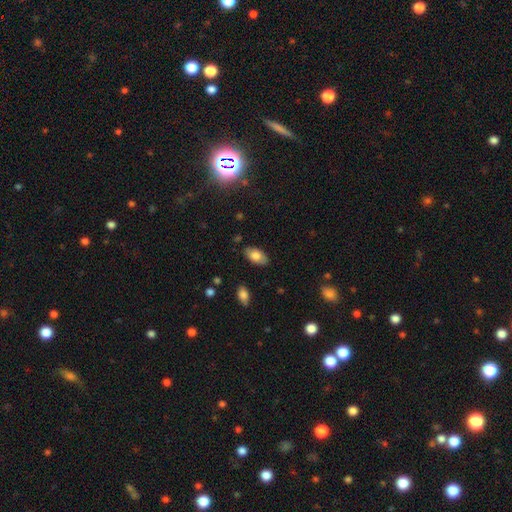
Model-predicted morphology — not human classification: Smooth or featured? smooth (76%)
How rounded? in between (94%)
Merging? none (83%)